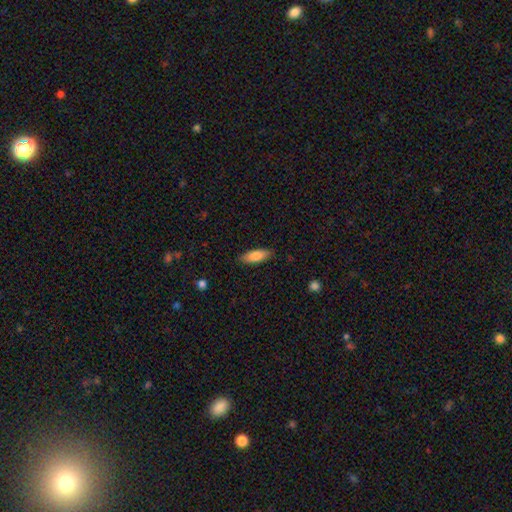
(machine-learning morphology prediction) A smooth galaxy with no disk features (82%) that is in between round and cigar-shaped (66%).

Vote fractions:
- Smooth or featured? smooth: 82% / featured or disk: 12% / star or artifact: 6%
- How rounded? in between: 66% / cigar-shaped: 32% / round: 2%
- Merging? none: 86% / minor disturbance: 11% / major disturbance: 2% / merger: 1%